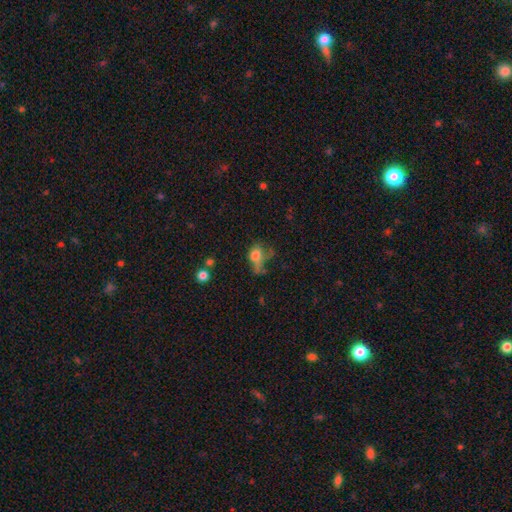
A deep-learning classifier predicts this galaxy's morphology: Smooth or featured?
  - smooth: 64% *
  - featured or disk: 22%
  - star or artifact: 14%
How rounded?
  - in between: 65% *
  - round: 31%
  - cigar-shaped: 4%
Merging?
  - major disturbance: 40% *
  - none: 25%
  - minor disturbance: 22%
  - merger: 13%